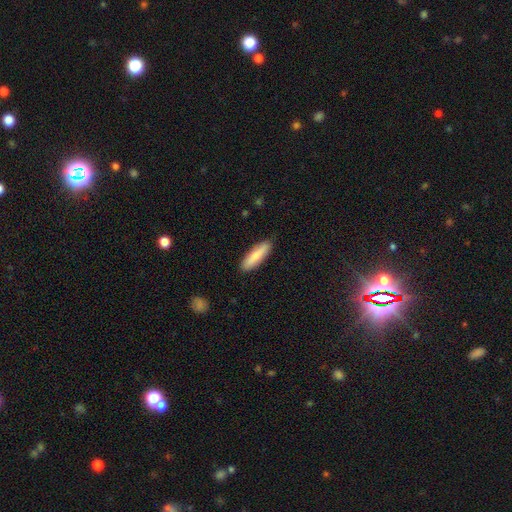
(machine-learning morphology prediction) This appears to be a smooth galaxy with no disk features (79%) that is cigar-shaped (63%). Merging: none (89%).